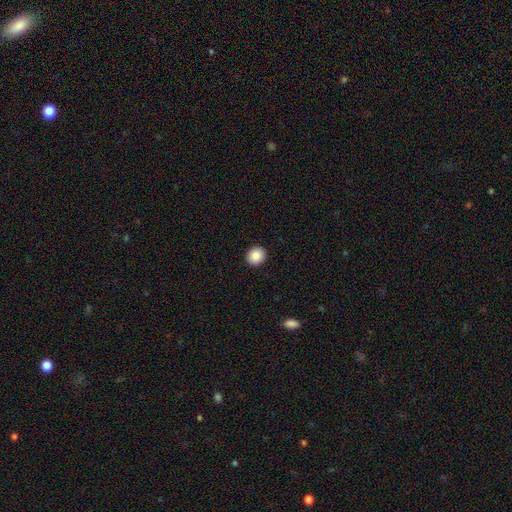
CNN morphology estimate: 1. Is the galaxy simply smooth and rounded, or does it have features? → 87% smooth, 8% star or artifact, 5% featured or disk.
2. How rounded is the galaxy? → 81% round, 18% in between, 1% cigar-shaped.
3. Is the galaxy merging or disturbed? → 93% none, 5% minor disturbance, 2% major disturbance, 1% merger.